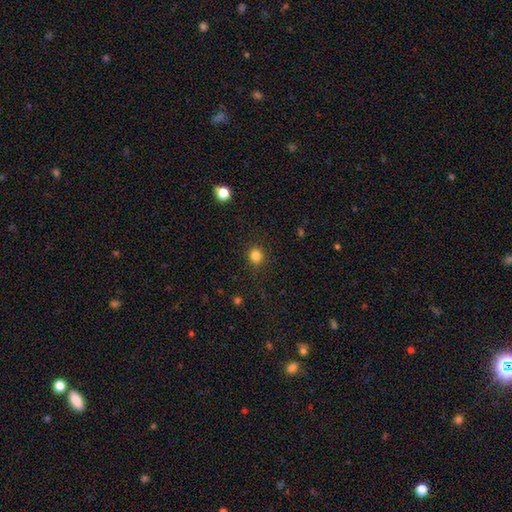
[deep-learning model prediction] smooth-or-featured: smooth: 83% | star or artifact: 13% | featured or disk: 4%
  how-rounded: round: 88% | in between: 11% | cigar-shaped: 1%
  merging: none: 89% | minor disturbance: 7% | major disturbance: 3% | merger: 1%